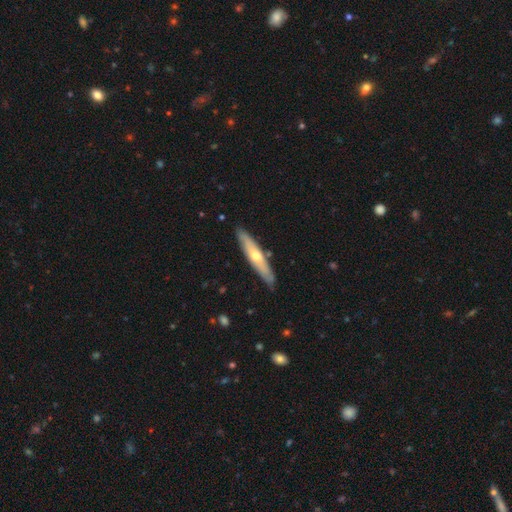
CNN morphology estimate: type=featured or disk (52%); edge-on=yes (79%); merging=none (85%).